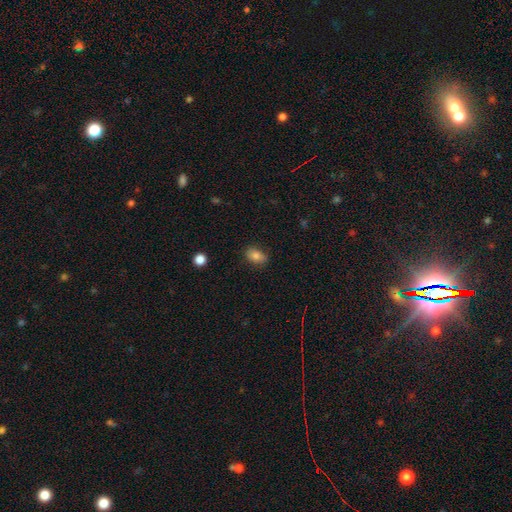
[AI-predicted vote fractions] This appears to be a smooth galaxy with no disk features (81%) that is in between round and cigar-shaped (84%). Merging: none (83%).